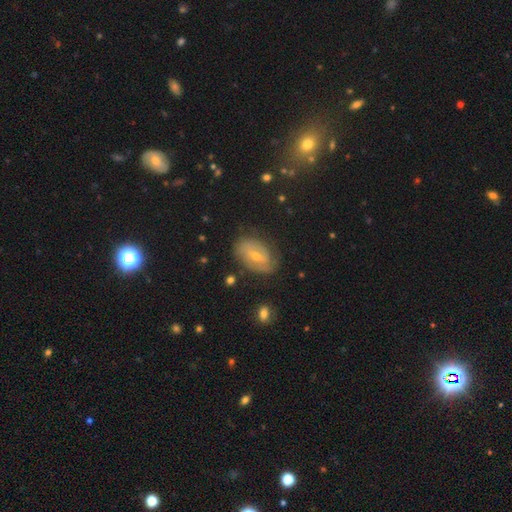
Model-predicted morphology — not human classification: This appears to be a featured or disk galaxy (66%) with a weak bar (48%), spiral arms (75%) and a small central bulge (50%). Merging: none (73%).